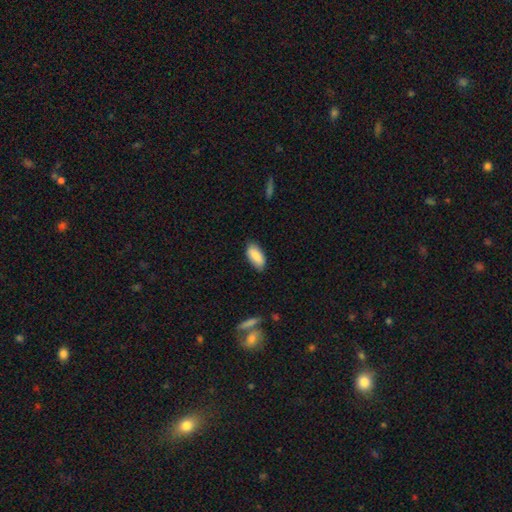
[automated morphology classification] A smooth galaxy with no disk features (87%) that is in between round and cigar-shaped (90%). Merging: none (77%).